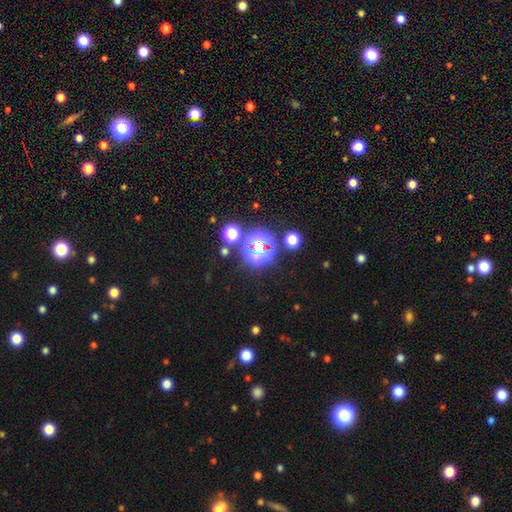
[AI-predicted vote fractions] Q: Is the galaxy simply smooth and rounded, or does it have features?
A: star or artifact — 65%.